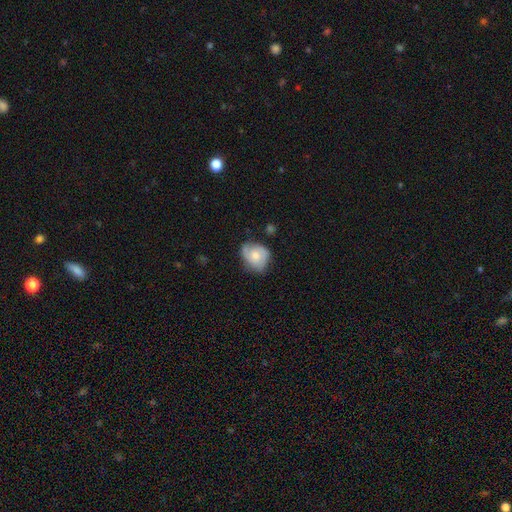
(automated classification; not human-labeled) Morphology: type=smooth (51%); roundness=round (55%); merging=none (57%).